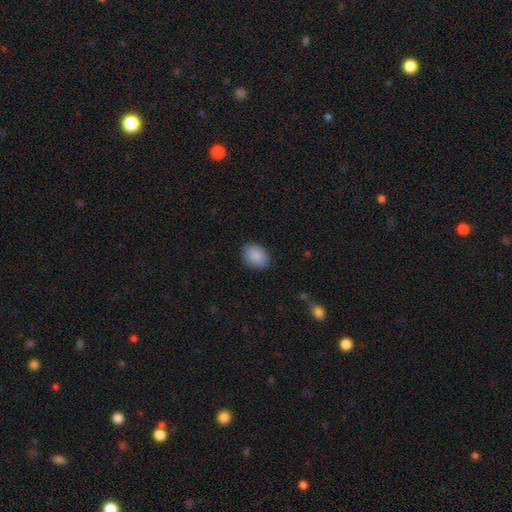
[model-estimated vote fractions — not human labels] A smooth galaxy with no disk features (89%) that is in between round and cigar-shaped (69%).

Vote fractions:
- Smooth or featured? smooth: 89% / star or artifact: 7% / featured or disk: 4%
- How rounded? in between: 69% / round: 30% / cigar-shaped: 1%
- Merging? none: 86% / minor disturbance: 11% / major disturbance: 3% / merger: 1%